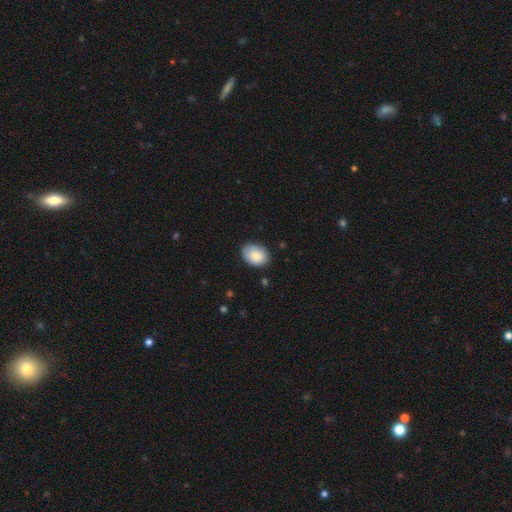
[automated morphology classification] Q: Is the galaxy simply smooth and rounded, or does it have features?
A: smooth — 83%.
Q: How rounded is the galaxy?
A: in between — 77%.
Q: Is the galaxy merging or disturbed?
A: none — 78%.